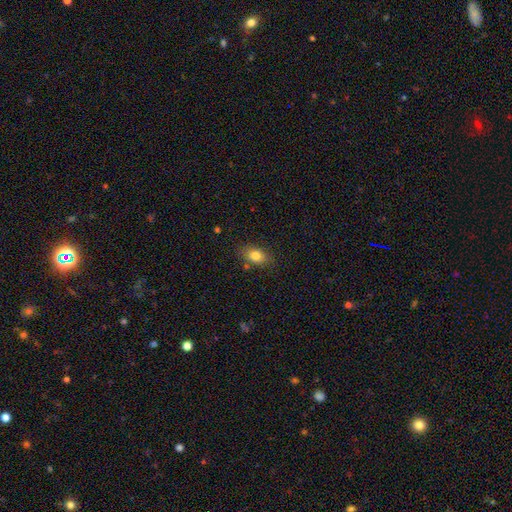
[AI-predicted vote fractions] Morphology: type=smooth (80%); roundness=in between (79%); merging=none (79%).